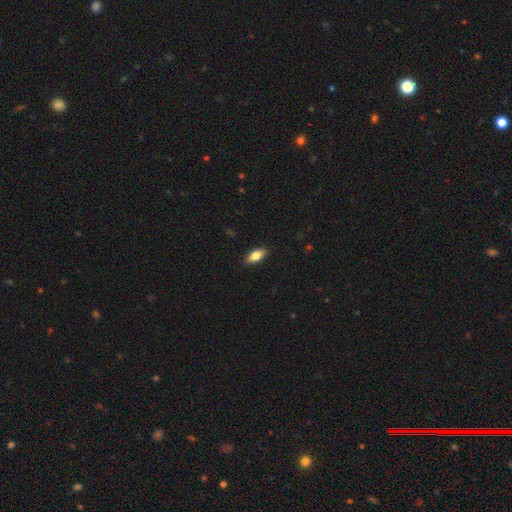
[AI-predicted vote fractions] Q: Smooth or featured?
A: smooth (78%); runner-up: featured or disk (15%)
Q: How rounded?
A: in between (84%); runner-up: cigar-shaped (13%)
Q: Merging?
A: none (88%); runner-up: minor disturbance (9%)